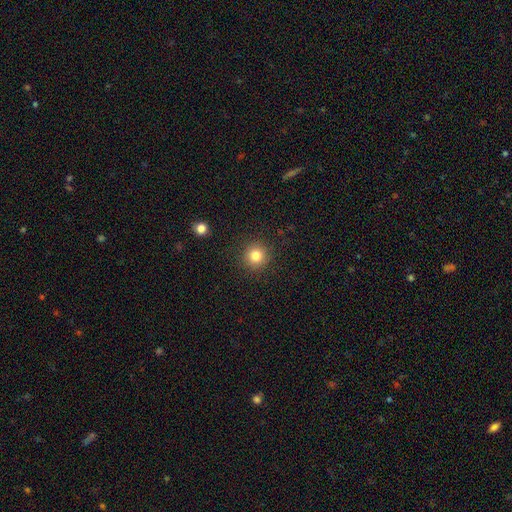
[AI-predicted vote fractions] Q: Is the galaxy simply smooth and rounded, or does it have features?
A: smooth — 82%.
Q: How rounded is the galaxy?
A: round — 94%.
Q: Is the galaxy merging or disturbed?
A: none — 90%.